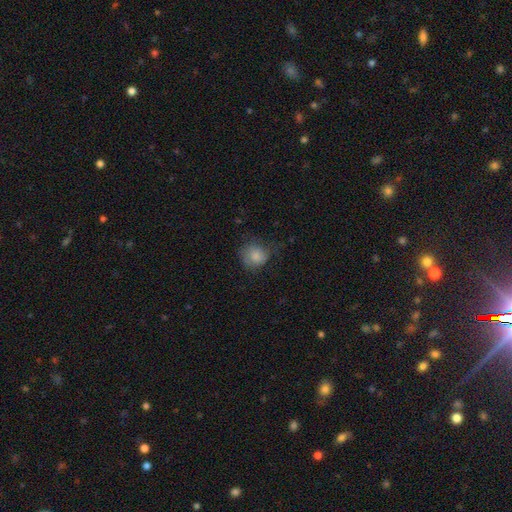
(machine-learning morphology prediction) This is likely a smooth galaxy (79%). How rounded: clearly round (83%). Merging: possibly none (57%).